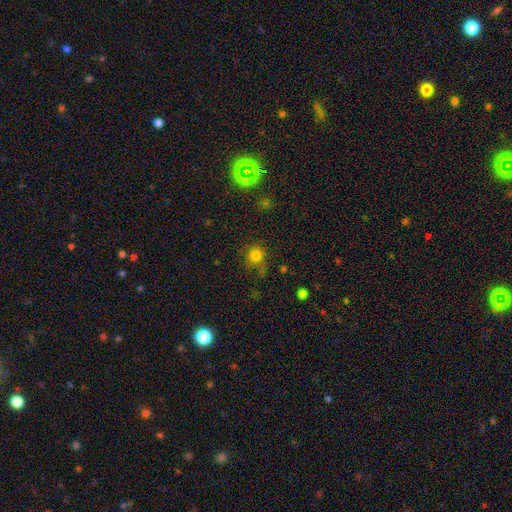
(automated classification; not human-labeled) This is likely a smooth galaxy (78%). How rounded: clearly round (90%). Merging: likely none (70%).